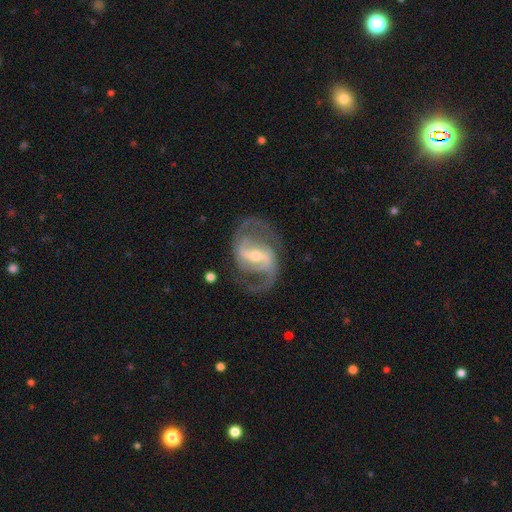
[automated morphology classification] Q: Smooth or featured?
A: featured or disk (92%); runner-up: star or artifact (5%)
Q: Edge-on disk?
A: no (98%); runner-up: yes (2%)
Q: Bar?
A: strong (50%); runner-up: weak (39%)
Q: Spiral arms?
A: yes (97%); runner-up: no (3%)
Q: Spiral winding?
A: medium (59%); runner-up: loose (27%)
Q: Spiral arm count?
A: 2 (92%); runner-up: can't tell (2%)
Q: Bulge size?
A: moderate (50%); runner-up: small (44%)
Q: Merging?
A: none (77%); runner-up: minor disturbance (13%)